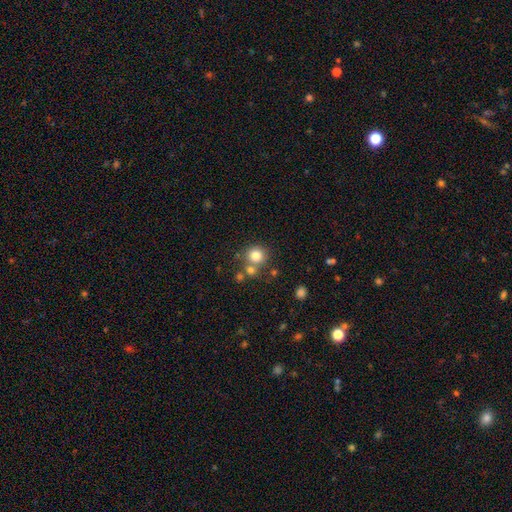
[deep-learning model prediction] Smooth or featured?
  - smooth: 80% *
  - star or artifact: 12%
  - featured or disk: 8%
How rounded?
  - round: 90% *
  - in between: 9%
  - cigar-shaped: 1%
Merging?
  - none: 67% *
  - merger: 20%
  - minor disturbance: 9%
  - major disturbance: 4%